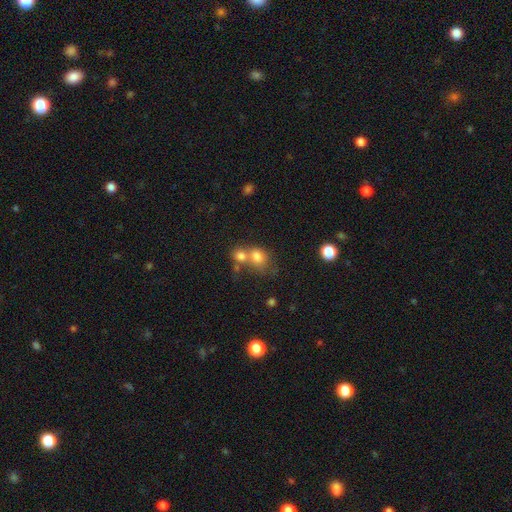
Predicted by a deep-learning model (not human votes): Smooth or featured? Predicted: smooth (p=0.75). How rounded? Predicted: round (p=0.63). Merging? Predicted: merger (p=0.56).